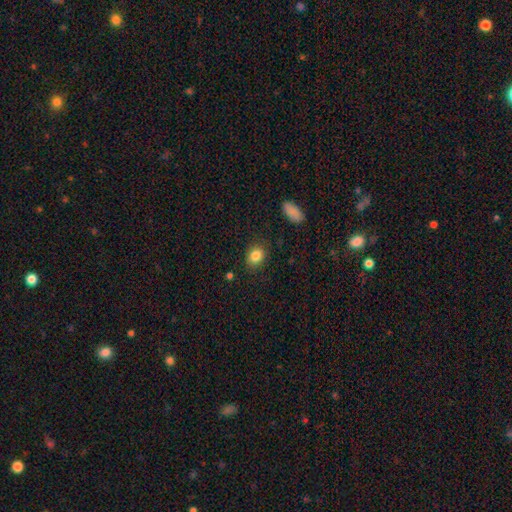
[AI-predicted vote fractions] smooth 84%, star or artifact 9%, featured or disk 6%. Down the decision tree: how rounded — in between (54%); merging — none (85%).